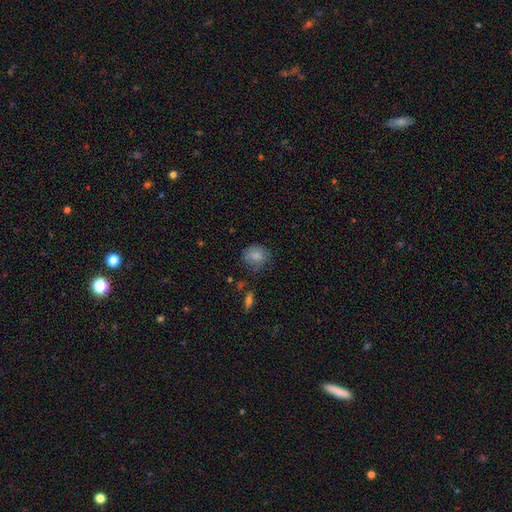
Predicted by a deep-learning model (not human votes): smooth-or-featured: smooth: 81% | featured or disk: 11% | star or artifact: 8%
  how-rounded: round: 74% | in between: 25% | cigar-shaped: 1%
  merging: none: 64% | minor disturbance: 25% | major disturbance: 8% | merger: 3%